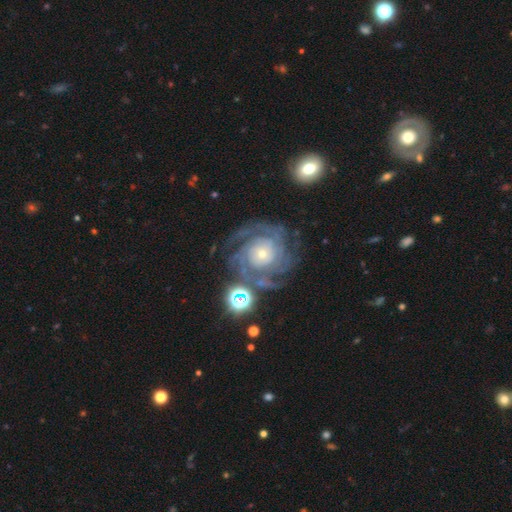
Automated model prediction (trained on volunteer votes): This is clearly a featured or disk galaxy (83%). It is clearly not viewed edge-on (97%). Bar: likely no (72%). Spiral arm pattern: clearly yes (97%). Spiral arm count: marginally 3 (26%). Spiral winding: likely tight (76%). Central bulge: possibly small (60%). Merging: likely none (70%).